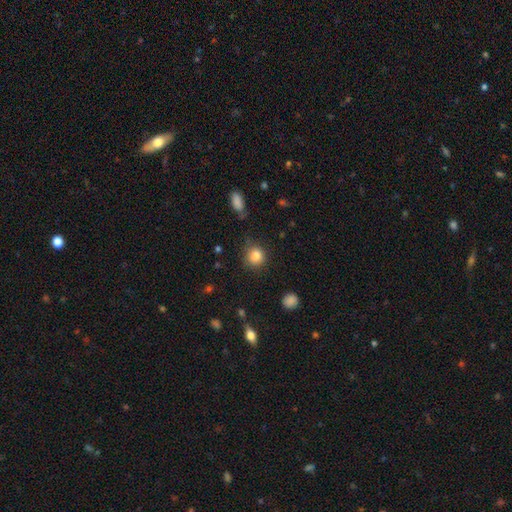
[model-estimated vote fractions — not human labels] Smooth or featured: smooth — 84% (star or artifact — 11%)
How rounded: round — 88% (in between — 11%)
Merging: none — 81% (minor disturbance — 14%)